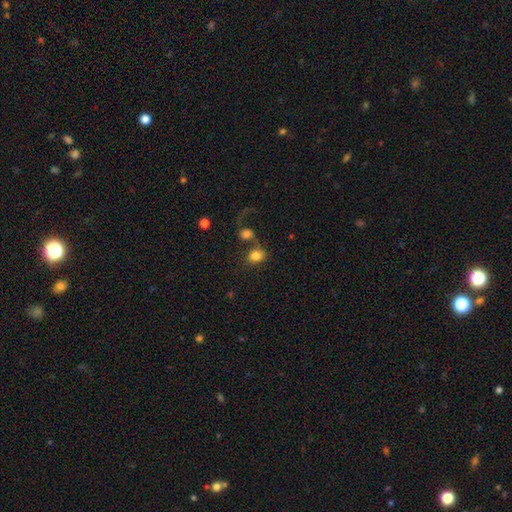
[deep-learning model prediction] Q: Smooth or featured?
A: smooth (80%); runner-up: featured or disk (11%)
Q: How rounded?
A: in between (52%); runner-up: round (47%)
Q: Merging?
A: none (41%); runner-up: merger (39%)